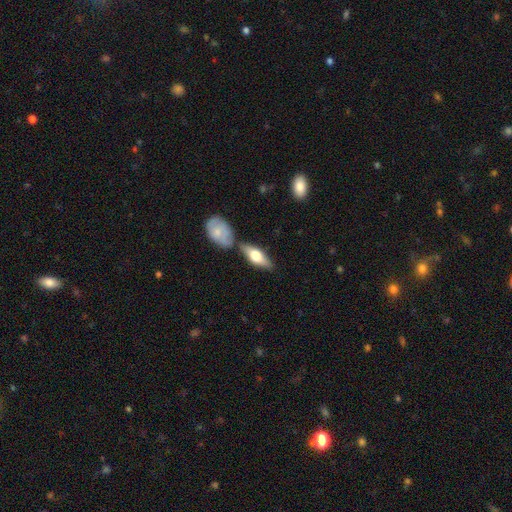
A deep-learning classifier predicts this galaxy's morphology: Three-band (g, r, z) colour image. It shows a smooth galaxy with no disk features (54%) that is in between round and cigar-shaped (68%). Merging: none (70%).